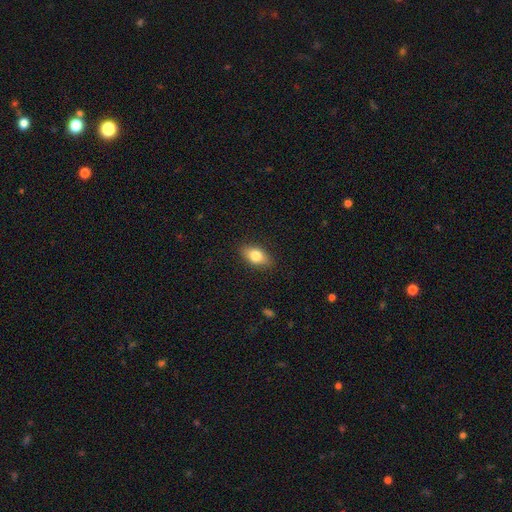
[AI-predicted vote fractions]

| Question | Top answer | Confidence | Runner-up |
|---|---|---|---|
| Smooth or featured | smooth | 79% | featured or disk (14%) |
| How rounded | in between | 85% | round (9%) |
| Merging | none | 86% | minor disturbance (10%) |